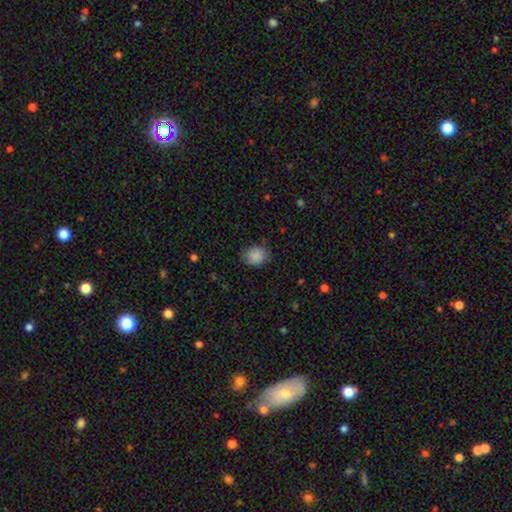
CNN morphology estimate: Smooth or featured? smooth (88%)
How rounded? round (63%)
Merging? none (80%)